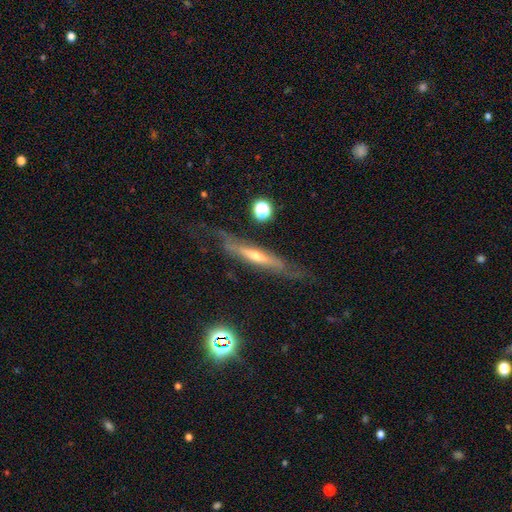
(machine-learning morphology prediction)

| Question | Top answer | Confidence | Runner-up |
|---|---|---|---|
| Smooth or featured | featured or disk | 74% | smooth (18%) |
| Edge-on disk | yes | 73% | no (27%) |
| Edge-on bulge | rounded | 64% | none (30%) |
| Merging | none | 65% | minor disturbance (21%) |